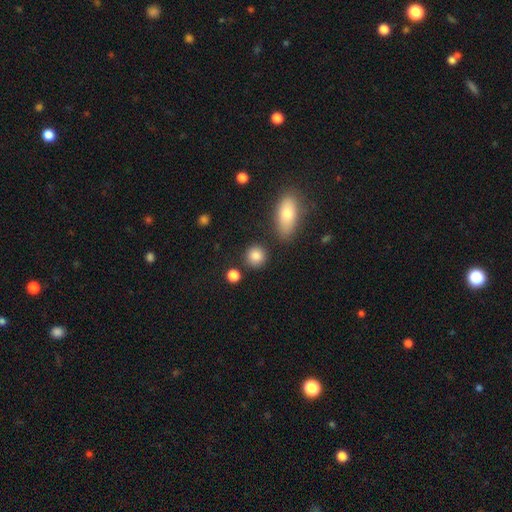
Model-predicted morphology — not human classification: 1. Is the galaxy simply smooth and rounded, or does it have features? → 86% smooth, 9% star or artifact, 5% featured or disk.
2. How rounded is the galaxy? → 88% round, 11% in between, 2% cigar-shaped.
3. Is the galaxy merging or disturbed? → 83% none, 9% minor disturbance, 6% merger, 3% major disturbance.